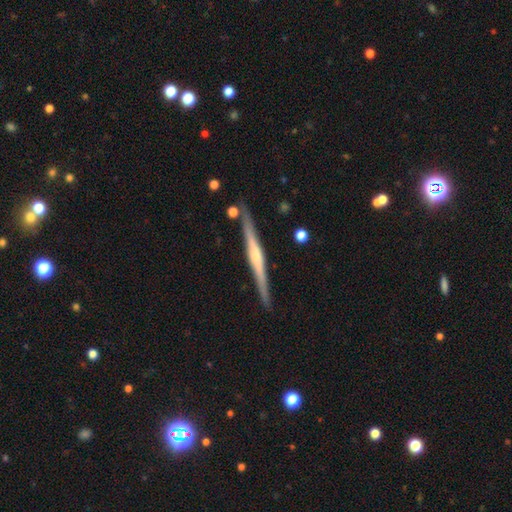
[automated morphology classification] type=featured or disk (78%); edge-on=yes (98%); edge-on bulge=rounded (73%); merging=none (89%).